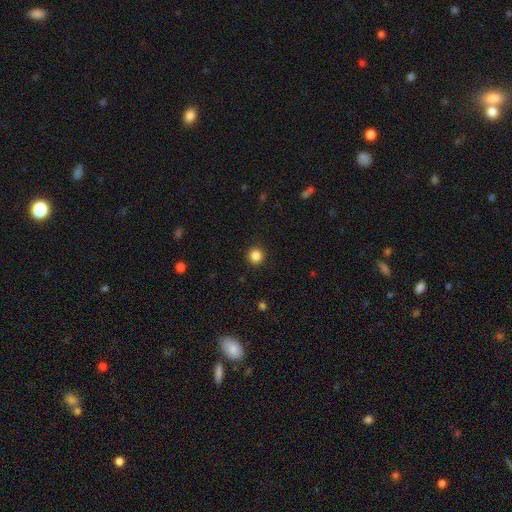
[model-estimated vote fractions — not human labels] Smooth or featured?
  - smooth: 85% *
  - star or artifact: 11%
  - featured or disk: 4%
How rounded?
  - round: 95% *
  - in between: 4%
  - cigar-shaped: 1%
Merging?
  - none: 92% *
  - minor disturbance: 5%
  - major disturbance: 2%
  - merger: 1%